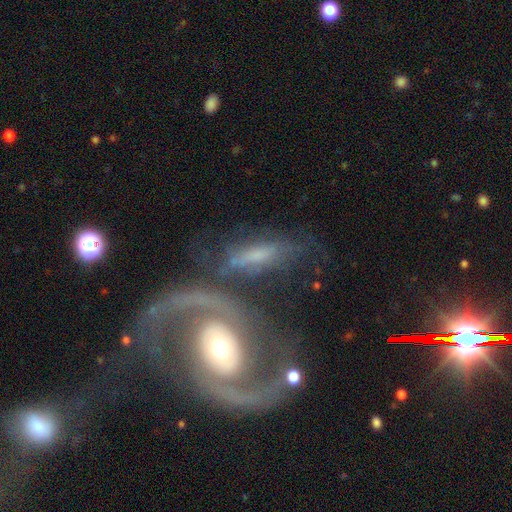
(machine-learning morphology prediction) smooth-or-featured: featured or disk: 61% | smooth: 31% | star or artifact: 8%
  disk-edge-on: no: 83% | yes: 17%
    bar: no: 49% | weak: 30% | strong: 21%
    has-spiral-arms: yes: 78% | no: 22%
    bulge-size: moderate: 52% | small: 33% | large: 8% | none: 5% | dominant: 3%
  merging: none: 42% | merger: 25% | minor disturbance: 17% | major disturbance: 16%